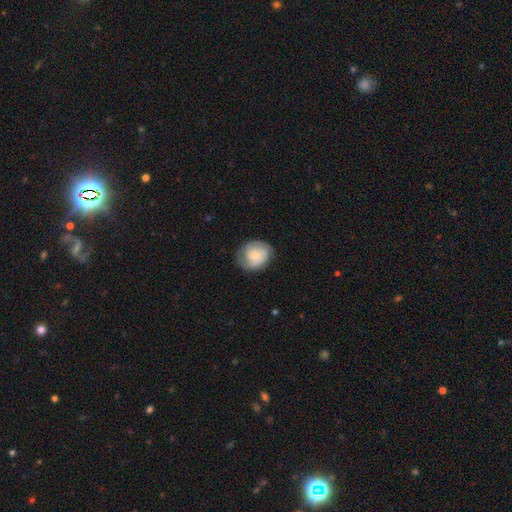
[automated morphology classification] The model was most divided on "smooth or featured": featured or disk: 57%, smooth: 37%, star or artifact: 7%. More confident: edge-on disk — no (98%); spiral arms — yes (87%); bar — no (75%); merging — none (72%); bulge size — small (63%).